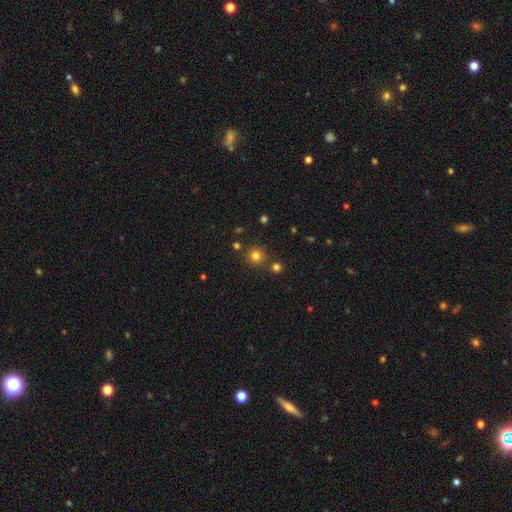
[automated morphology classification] A smooth galaxy with no disk features (77%) that is round (93%). Merging: none (81%).